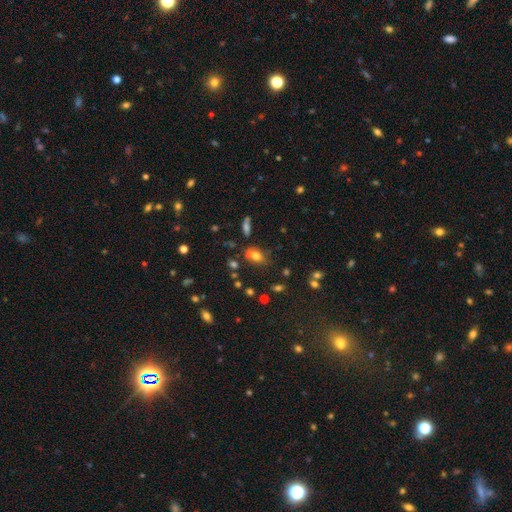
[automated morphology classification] smooth_or_featured: smooth (p=0.74) [alt: star or artifact p=0.13]
how_rounded: in between (p=0.81) [alt: round p=0.17]
merging: none (p=0.70) [alt: minor disturbance p=0.20]